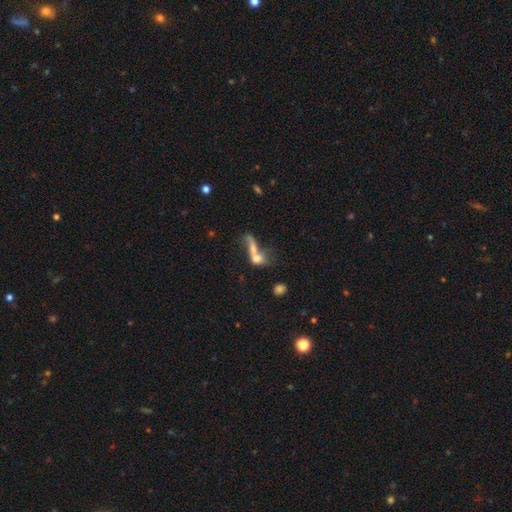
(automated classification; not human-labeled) Morphology: type=smooth (57%); roundness=in between (50%); merging=merger (58%).